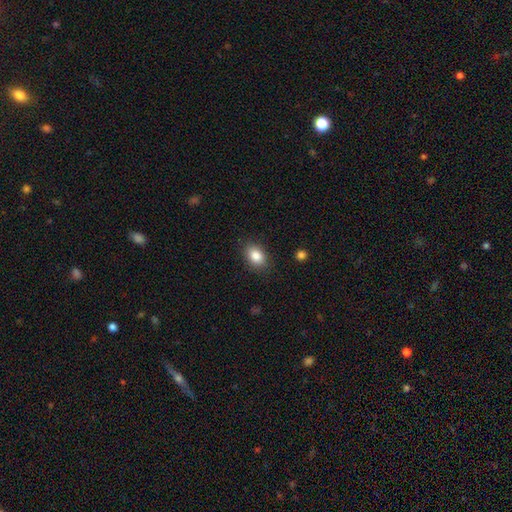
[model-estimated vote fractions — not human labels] A smooth galaxy with no disk features (85%) that is in between round and cigar-shaped (78%).

Vote fractions:
- Smooth or featured? smooth: 85% / star or artifact: 8% / featured or disk: 6%
- How rounded? in between: 78% / round: 20% / cigar-shaped: 1%
- Merging? none: 85% / minor disturbance: 11% / major disturbance: 3% / merger: 1%